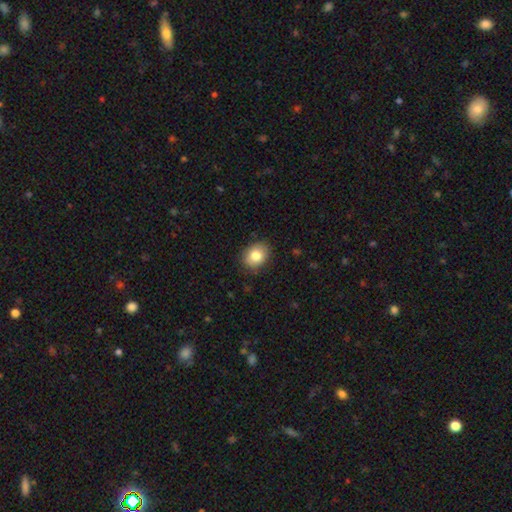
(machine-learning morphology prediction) Overall: smooth (83%). How rounded: in between (58%; round 41%). Merging: none (86%).